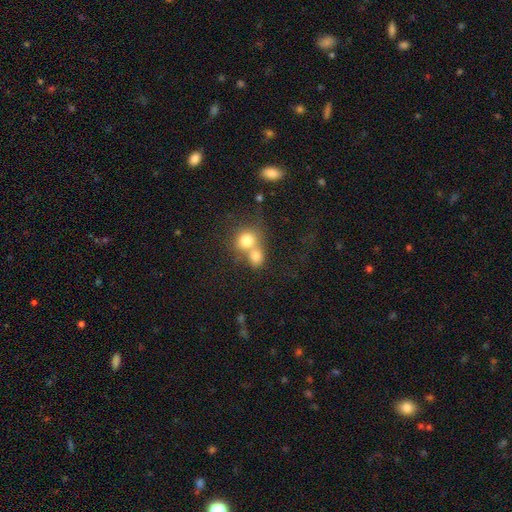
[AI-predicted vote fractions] Smooth or featured? smooth (76%)
How rounded? round (69%)
Merging? merger (64%)